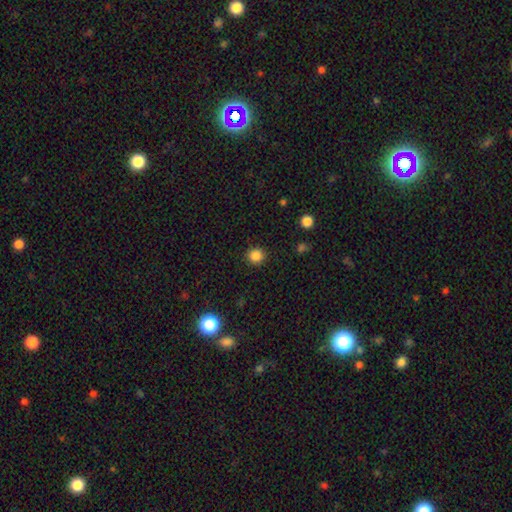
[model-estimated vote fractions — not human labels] Smooth or featured? smooth (85%)
How rounded? round (92%)
Merging? none (91%)